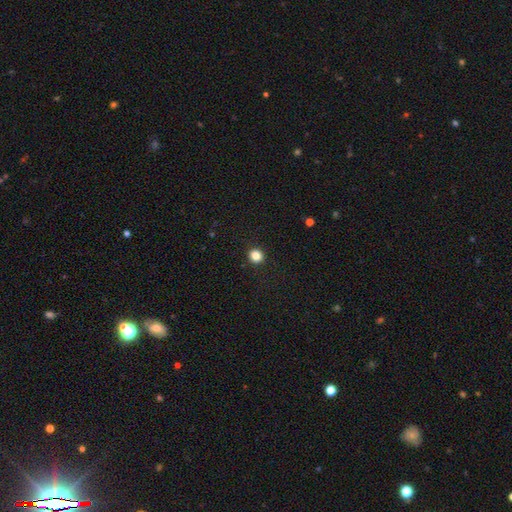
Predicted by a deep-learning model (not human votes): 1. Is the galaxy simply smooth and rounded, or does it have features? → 84% smooth, 12% star or artifact, 4% featured or disk.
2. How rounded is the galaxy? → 89% round, 10% in between, 1% cigar-shaped.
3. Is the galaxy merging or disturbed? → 92% none, 5% minor disturbance, 2% major disturbance, 1% merger.